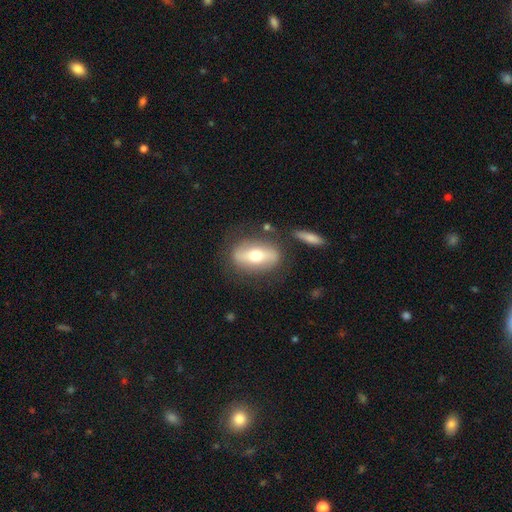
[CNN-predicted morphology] This appears to be a featured or disk galaxy (48%). Merging: none (74%).